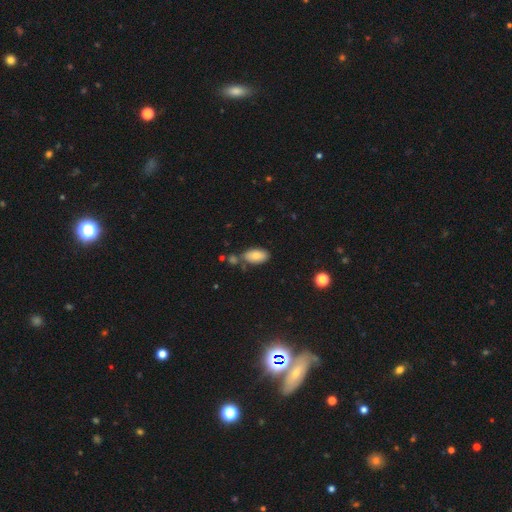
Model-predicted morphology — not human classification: The model was most divided on "merging": none: 64%, minor disturbance: 16%, merger: 15%, major disturbance: 4%. More confident: how rounded — in between (94%); smooth or featured — smooth (82%).